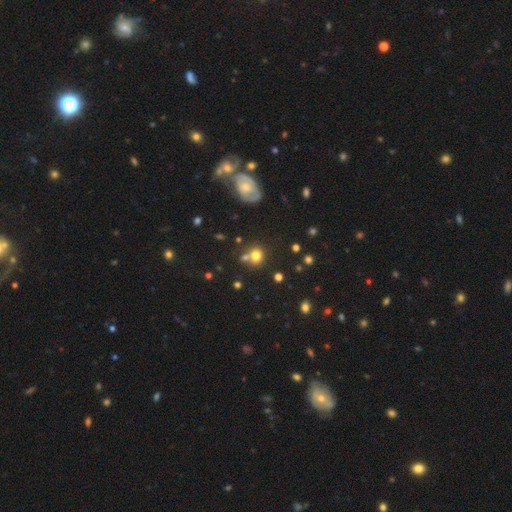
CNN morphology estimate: This appears to be a smooth galaxy with no disk features (74%) that is round (77%). Merging: none (55%).